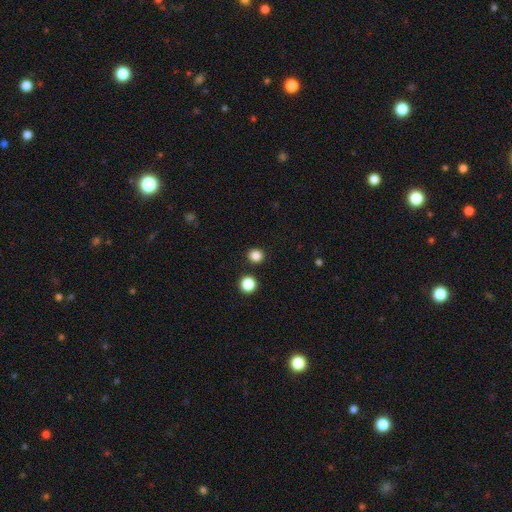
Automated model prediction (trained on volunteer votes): Smooth or featured? smooth (84%)
How rounded? round (90%)
Merging? none (89%)